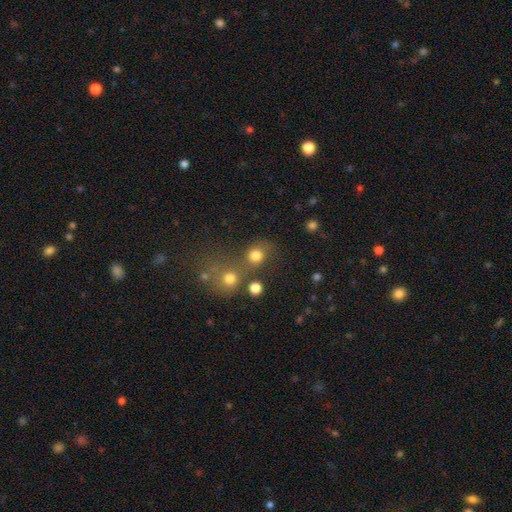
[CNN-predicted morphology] smooth-or-featured: smooth: 79% | star or artifact: 14% | featured or disk: 7%
  how-rounded: round: 81% | in between: 17% | cigar-shaped: 1%
  merging: none: 55% | merger: 29% | minor disturbance: 10% | major disturbance: 6%